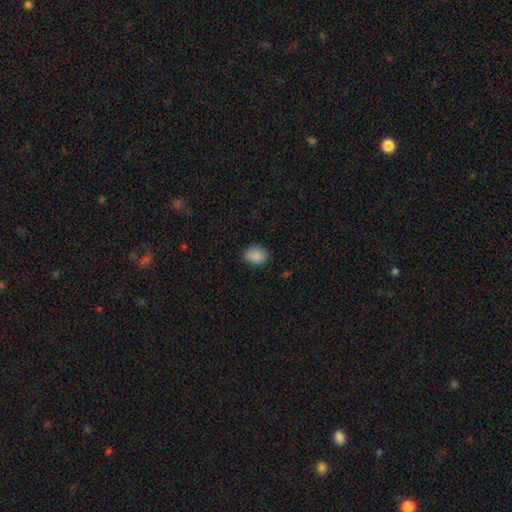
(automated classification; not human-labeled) Smooth or featured: smooth — 89% (star or artifact — 8%)
How rounded: in between — 66% (round — 33%)
Merging: none — 88% (minor disturbance — 9%)